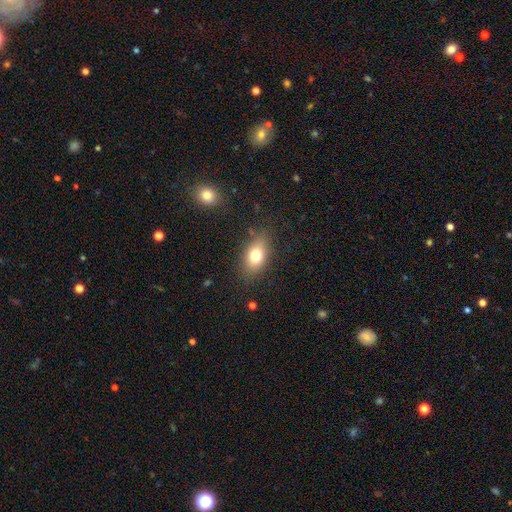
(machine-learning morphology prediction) Q: Smooth or featured?
A: smooth (75%); runner-up: featured or disk (15%)
Q: How rounded?
A: in between (81%); runner-up: round (14%)
Q: Merging?
A: none (81%); runner-up: minor disturbance (13%)